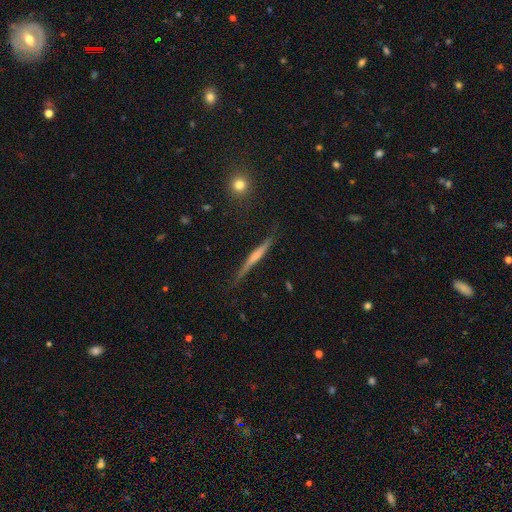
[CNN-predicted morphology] A featured or disk galaxy (57%) viewed edge-on (96%) with no central bulge (56%). Merging: none (81%).